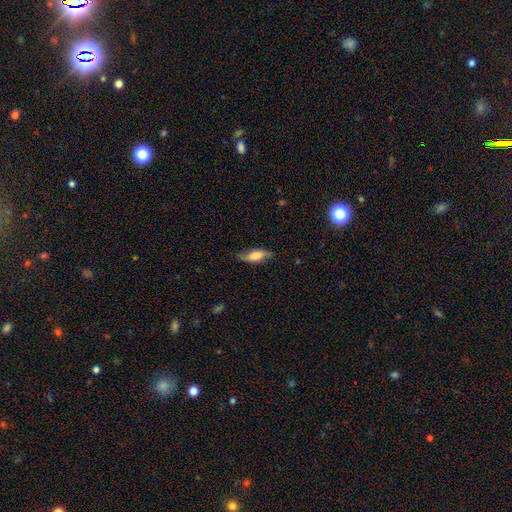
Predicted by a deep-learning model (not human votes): This appears to be a smooth galaxy with no disk features (53%) that is in between round and cigar-shaped (68%). Merging: none (72%).